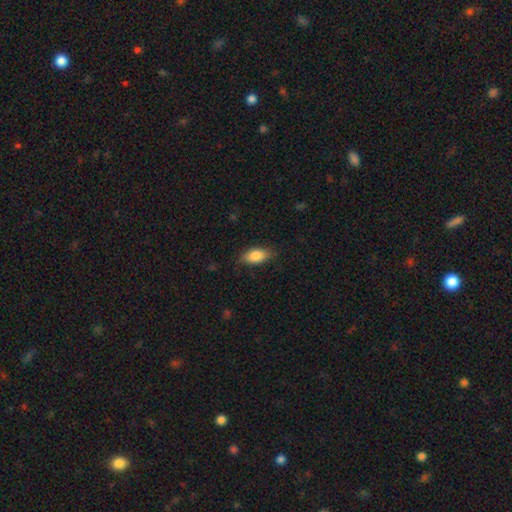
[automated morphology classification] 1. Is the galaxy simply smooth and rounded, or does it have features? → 85% smooth, 8% featured or disk, 7% star or artifact.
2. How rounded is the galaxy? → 90% in between, 6% cigar-shaped, 4% round.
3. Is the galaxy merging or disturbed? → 79% none, 17% minor disturbance, 4% major disturbance, 1% merger.